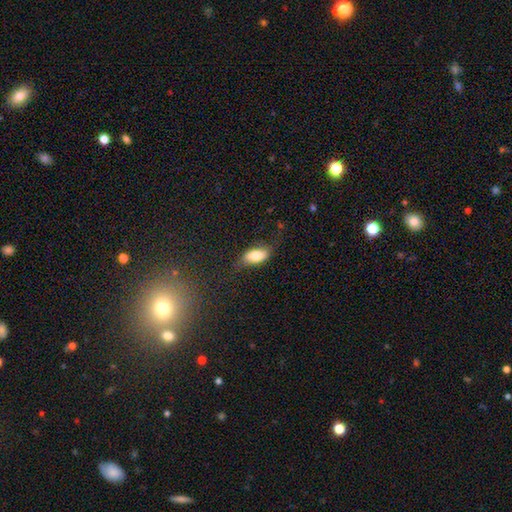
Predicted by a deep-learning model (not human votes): smooth 74%, featured or disk 19%, star or artifact 7%. Down the decision tree: how rounded — in between (88%); merging — none (65%).